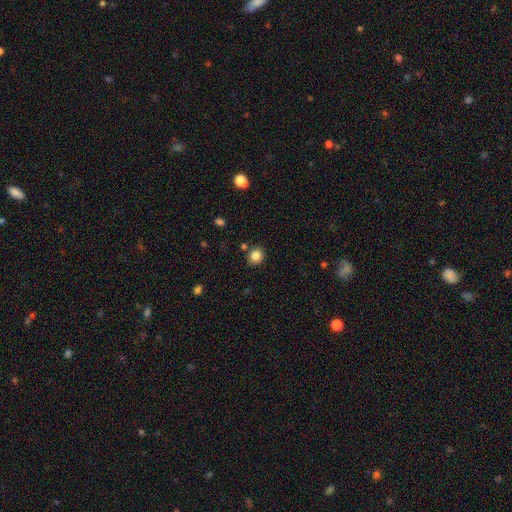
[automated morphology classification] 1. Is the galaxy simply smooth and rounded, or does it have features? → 85% smooth, 11% star or artifact, 5% featured or disk.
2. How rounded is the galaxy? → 79% round, 20% in between, 1% cigar-shaped.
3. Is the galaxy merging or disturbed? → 85% none, 8% minor disturbance, 5% merger, 2% major disturbance.